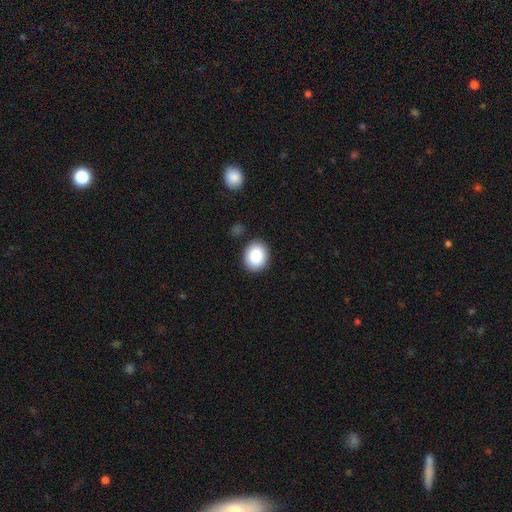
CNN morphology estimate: This is clearly a smooth galaxy (87%). How rounded: possibly round (55%). Merging: clearly none (88%).